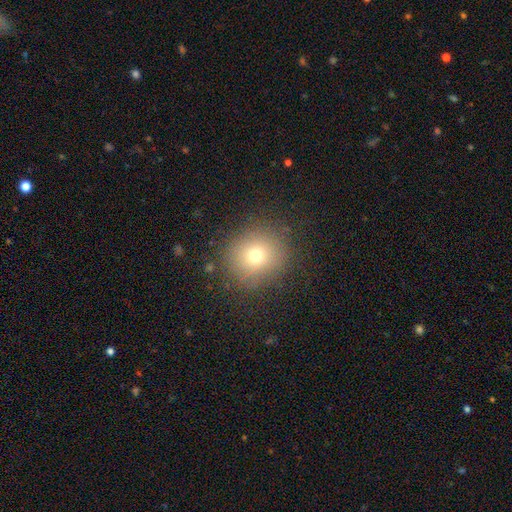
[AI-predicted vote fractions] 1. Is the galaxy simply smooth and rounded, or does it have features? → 71% smooth, 17% star or artifact, 13% featured or disk.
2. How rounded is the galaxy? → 88% round, 11% in between, 1% cigar-shaped.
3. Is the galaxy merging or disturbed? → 85% none, 9% minor disturbance, 4% major disturbance, 1% merger.